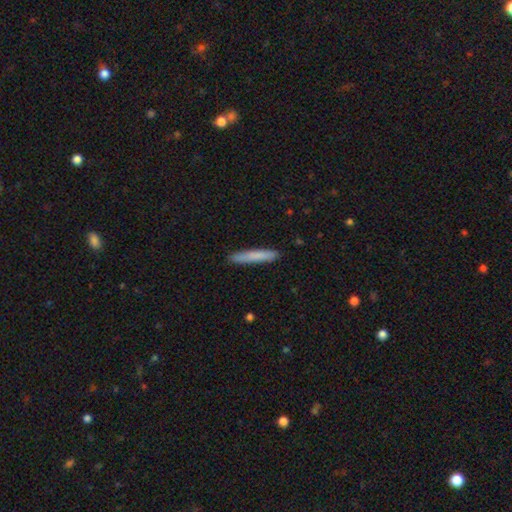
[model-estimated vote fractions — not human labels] smooth 78%, featured or disk 16%, star or artifact 6%. Down the decision tree: how rounded — cigar-shaped (95%); merging — none (90%).